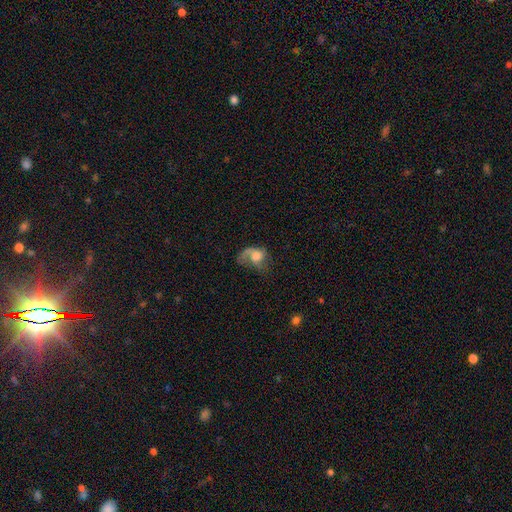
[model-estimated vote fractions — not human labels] A featured or disk galaxy (51%).

Vote fractions:
- Smooth or featured? featured or disk: 51% / smooth: 40% / star or artifact: 10%
- Edge-on disk? no: 97% / yes: 3%
- Merging? major disturbance: 48% / none: 28% / minor disturbance: 20% / merger: 4%